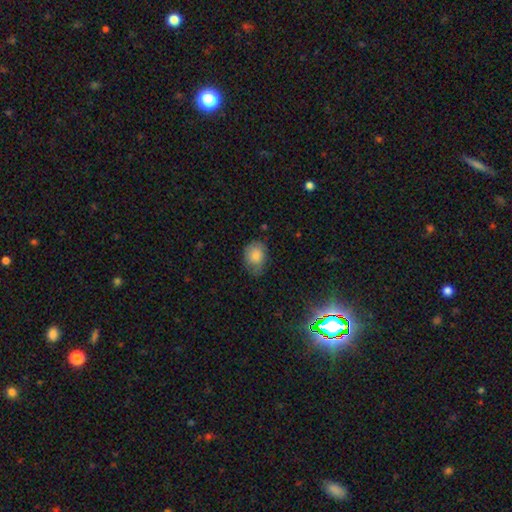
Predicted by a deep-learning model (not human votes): Smooth or featured?
  - smooth: 81% *
  - star or artifact: 10%
  - featured or disk: 9%
How rounded?
  - in between: 68% *
  - round: 31%
  - cigar-shaped: 1%
Merging?
  - none: 59% *
  - minor disturbance: 32%
  - major disturbance: 8%
  - merger: 2%